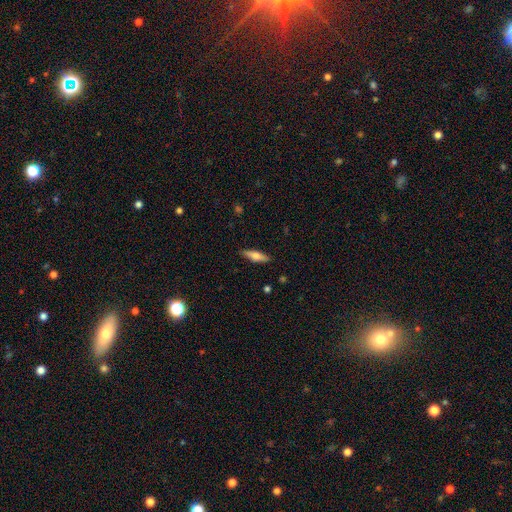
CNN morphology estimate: Smooth or featured: smooth — 58% (featured or disk — 35%)
How rounded: cigar-shaped — 63% (in between — 35%)
Merging: none — 87% (minor disturbance — 9%)